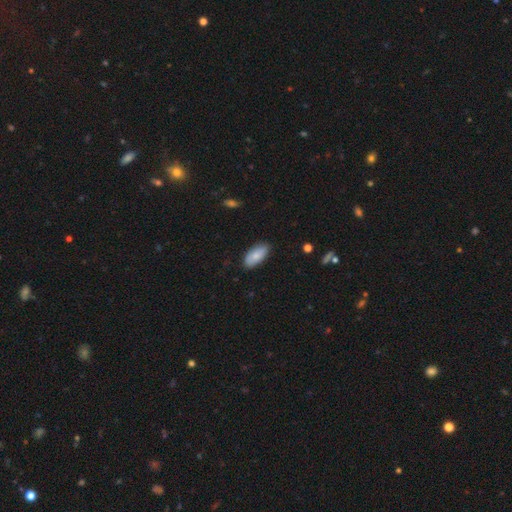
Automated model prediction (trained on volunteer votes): Smooth or featured?
  - smooth: 82% *
  - featured or disk: 12%
  - star or artifact: 6%
How rounded?
  - in between: 90% *
  - cigar-shaped: 8%
  - round: 2%
Merging?
  - none: 85% *
  - minor disturbance: 12%
  - major disturbance: 2%
  - merger: 1%